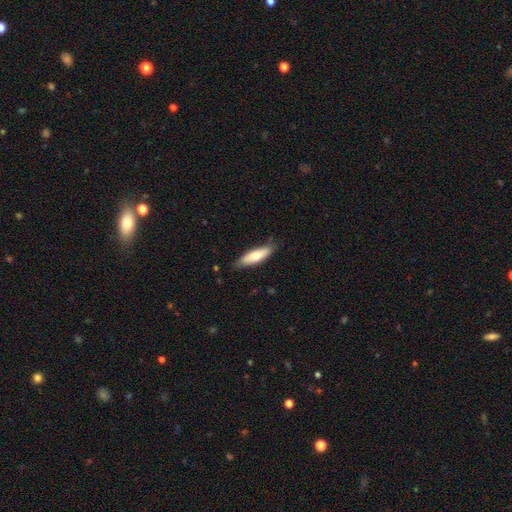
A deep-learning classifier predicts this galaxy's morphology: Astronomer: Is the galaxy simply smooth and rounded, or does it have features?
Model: smooth — 72%.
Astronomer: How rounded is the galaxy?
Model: cigar-shaped — 57% (runner-up: in between, 42%).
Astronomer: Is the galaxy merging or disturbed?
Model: none — 78%.